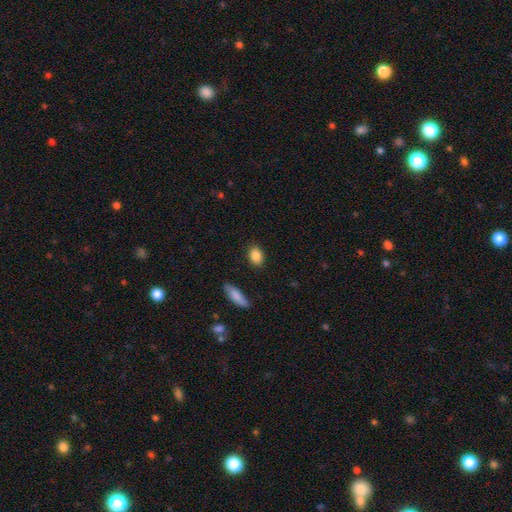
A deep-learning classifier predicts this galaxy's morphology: The model was most divided on "how rounded": in between: 75%, round: 23%, cigar-shaped: 3%. More confident: merging — none (87%); smooth or featured — smooth (86%).